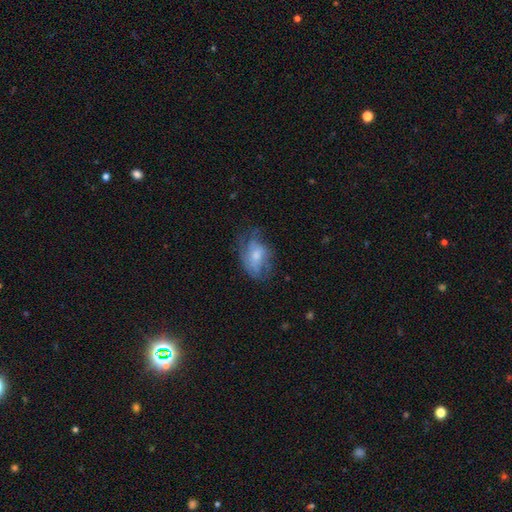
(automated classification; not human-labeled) A featured or disk galaxy (48%). Merging: none (48%).